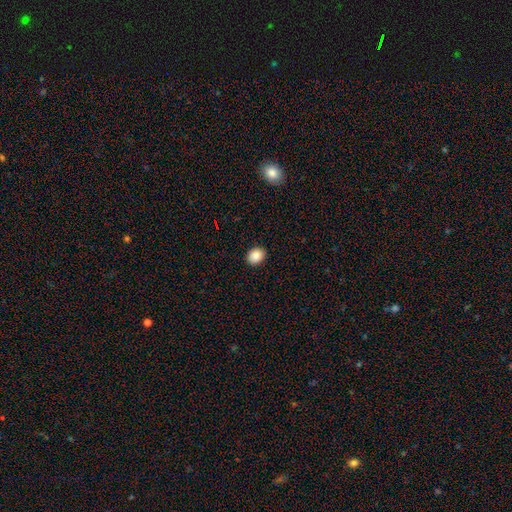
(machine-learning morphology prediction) type=smooth (88%); roundness=in between (50%); merging=none (91%).